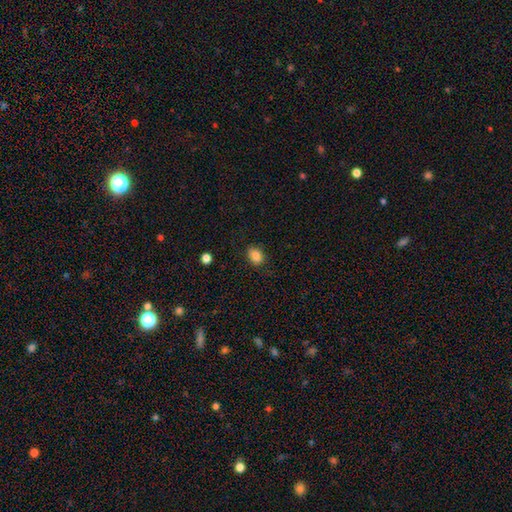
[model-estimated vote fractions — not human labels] A smooth galaxy with no disk features (86%) that is in between round and cigar-shaped (67%). Merging: none (82%).